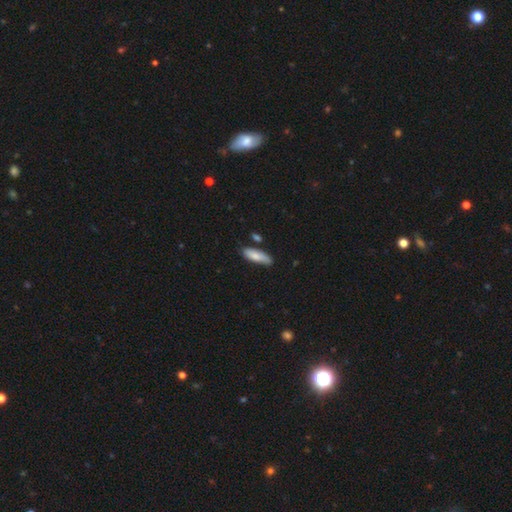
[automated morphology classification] Q: Smooth or featured?
A: smooth (80%); runner-up: featured or disk (14%)
Q: How rounded?
A: in between (52%); runner-up: cigar-shaped (46%)
Q: Merging?
A: none (73%); runner-up: minor disturbance (19%)